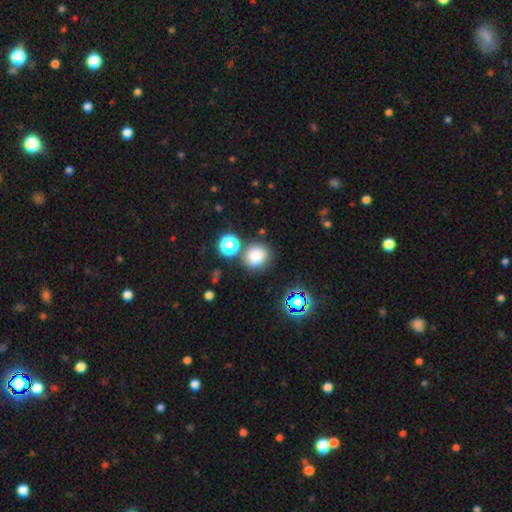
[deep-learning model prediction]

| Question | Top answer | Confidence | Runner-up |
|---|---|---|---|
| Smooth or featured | smooth | 77% | star or artifact (17%) |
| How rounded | round | 84% | in between (15%) |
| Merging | none | 72% | merger (12%) |